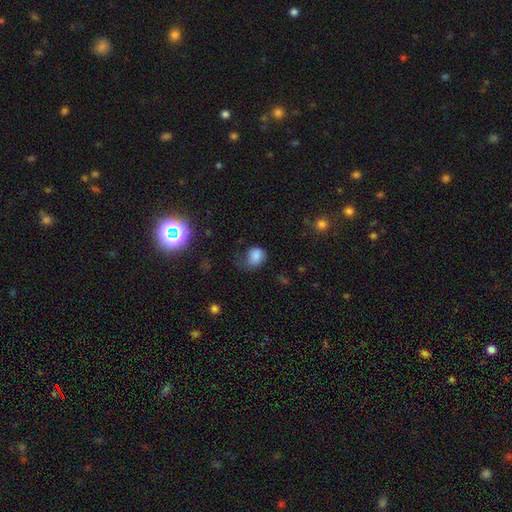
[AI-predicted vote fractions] A smooth galaxy with no disk features (80%) that is round (53%).

Vote fractions:
- Smooth or featured? smooth: 80% / star or artifact: 11% / featured or disk: 9%
- How rounded? round: 53% / in between: 46% / cigar-shaped: 1%
- Merging? none: 37% / minor disturbance: 31% / major disturbance: 29% / merger: 3%